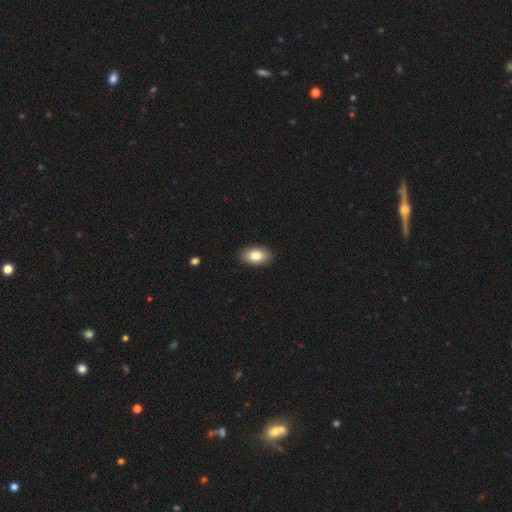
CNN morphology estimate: smooth_or_featured: smooth (p=0.83) [alt: featured or disk p=0.10]
how_rounded: in between (p=0.93) [alt: round p=0.05]
merging: none (p=0.89) [alt: minor disturbance p=0.08]